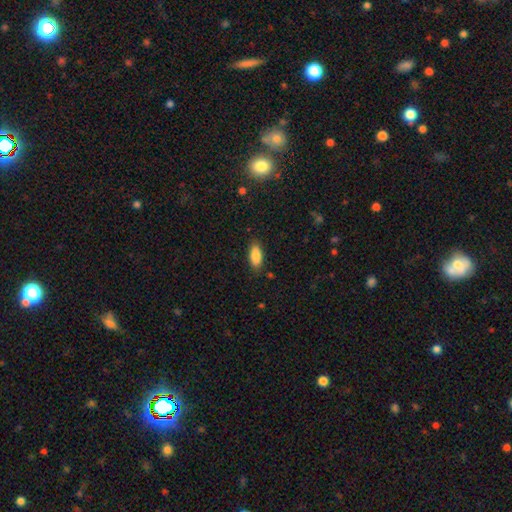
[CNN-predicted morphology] smooth 88%, star or artifact 7%, featured or disk 5%. Down the decision tree: how rounded — in between (85%); merging — none (85%).